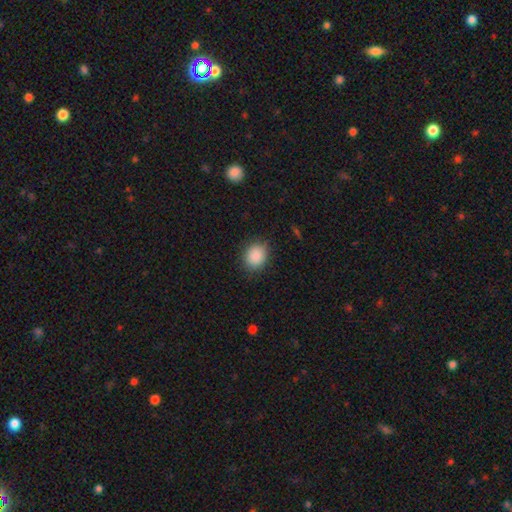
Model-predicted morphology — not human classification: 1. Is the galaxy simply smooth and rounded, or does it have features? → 88% smooth, 8% star or artifact, 4% featured or disk.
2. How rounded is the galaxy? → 66% round, 33% in between, 1% cigar-shaped.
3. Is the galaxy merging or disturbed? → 86% none, 10% minor disturbance, 3% major disturbance, 1% merger.